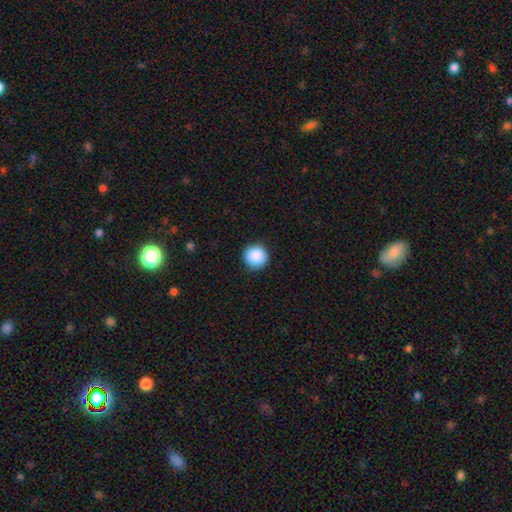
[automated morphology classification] Q: Smooth or featured?
A: smooth (89%); runner-up: star or artifact (8%)
Q: How rounded?
A: round (95%); runner-up: in between (4%)
Q: Merging?
A: none (90%); runner-up: minor disturbance (7%)